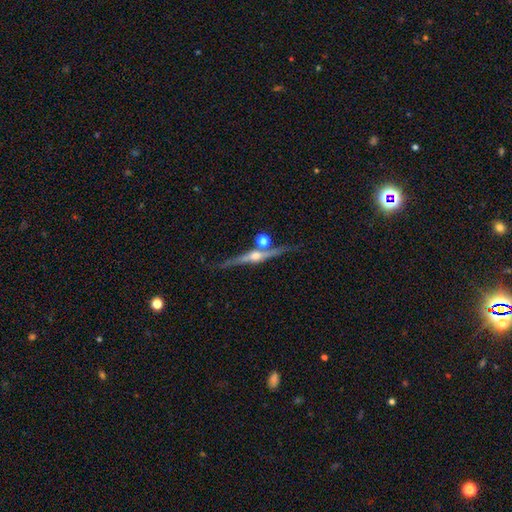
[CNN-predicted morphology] The model was most divided on "merging": none: 76%, merger: 11%, minor disturbance: 10%, major disturbance: 3%. More confident: edge-on disk — yes (97%); edge-on bulge — rounded (93%); smooth or featured — featured or disk (81%).